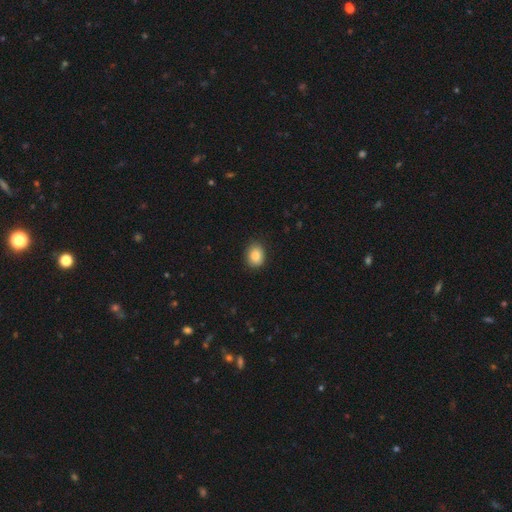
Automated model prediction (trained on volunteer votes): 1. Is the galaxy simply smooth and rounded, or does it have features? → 87% smooth, 8% star or artifact, 5% featured or disk.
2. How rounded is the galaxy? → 54% in between, 45% round, 1% cigar-shaped.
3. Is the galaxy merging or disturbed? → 84% none, 12% minor disturbance, 3% major disturbance, 1% merger.